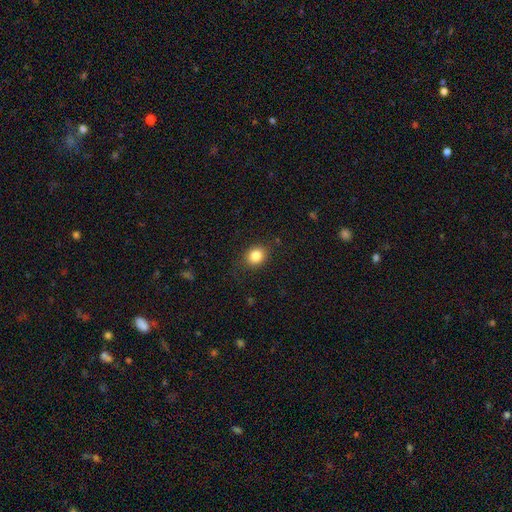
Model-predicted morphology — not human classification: The model was most divided on "how rounded": round: 63%, in between: 36%, cigar-shaped: 1%. More confident: merging — none (85%); smooth or featured — smooth (84%).